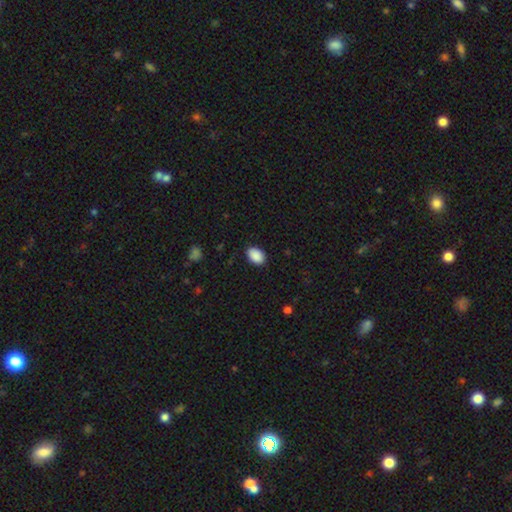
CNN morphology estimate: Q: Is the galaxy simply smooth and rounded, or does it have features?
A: smooth — 90%.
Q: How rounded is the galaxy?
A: in between — 82%.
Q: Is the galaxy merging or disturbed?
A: none — 87%.